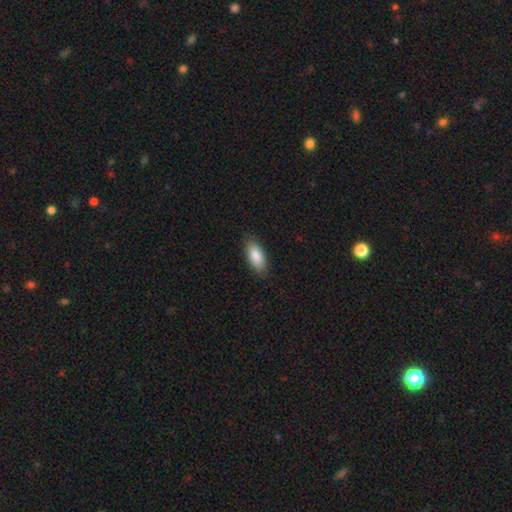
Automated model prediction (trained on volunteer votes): Smooth or featured?
  - smooth: 86% *
  - featured or disk: 8%
  - star or artifact: 6%
How rounded?
  - in between: 86% *
  - cigar-shaped: 12%
  - round: 2%
Merging?
  - none: 86% *
  - minor disturbance: 11%
  - major disturbance: 2%
  - merger: 1%